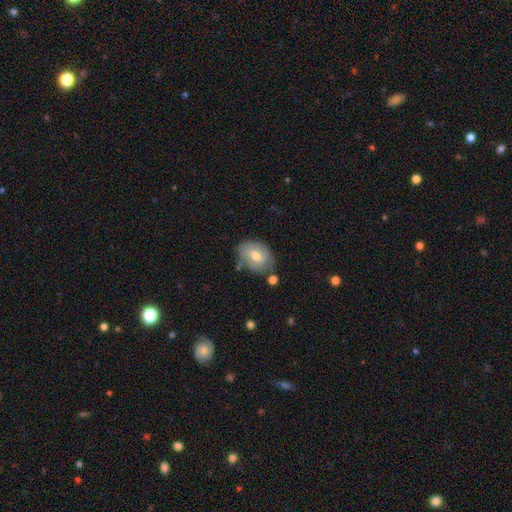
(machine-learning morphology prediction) The model was most divided on "smooth or featured": smooth: 58%, featured or disk: 34%, star or artifact: 8%. More confident: how rounded — in between (72%); merging — none (64%).